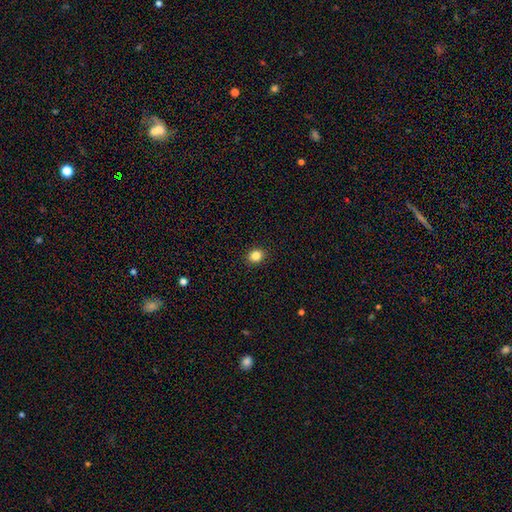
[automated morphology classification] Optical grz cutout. It shows a smooth galaxy with no disk features (85%) that is round (66%). Merging: none (92%).